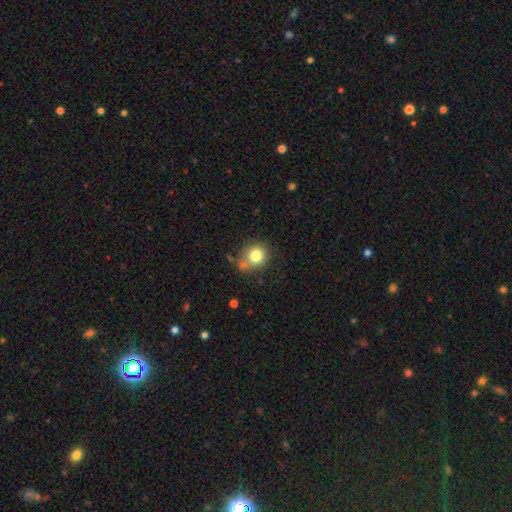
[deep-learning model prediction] Smooth or featured?
  - smooth: 79% *
  - star or artifact: 11%
  - featured or disk: 10%
How rounded?
  - round: 85% *
  - in between: 14%
  - cigar-shaped: 1%
Merging?
  - none: 65% *
  - minor disturbance: 18%
  - merger: 11%
  - major disturbance: 6%